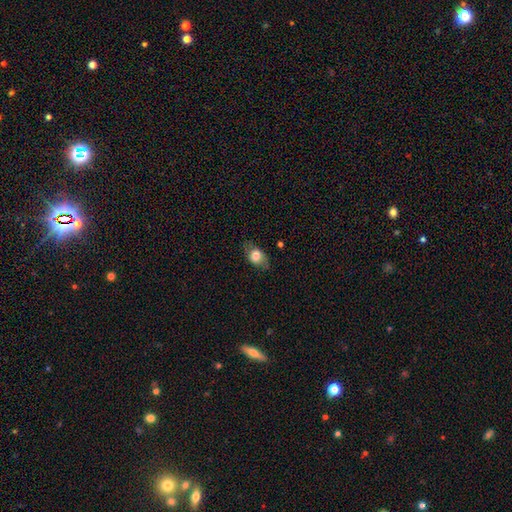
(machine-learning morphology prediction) The model was most divided on "merging": none: 73%, minor disturbance: 20%, major disturbance: 6%, merger: 1%. More confident: how rounded — in between (75%); smooth or featured — smooth (73%).